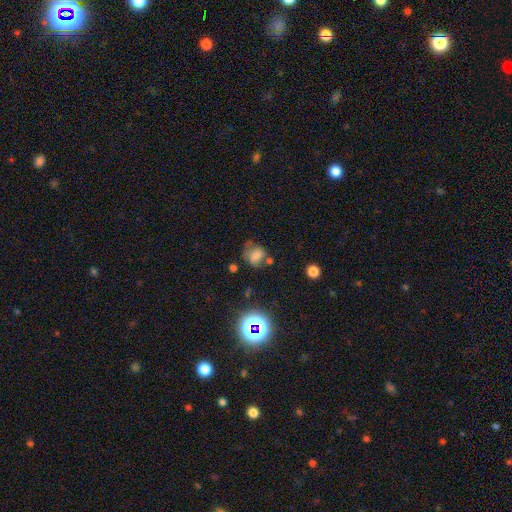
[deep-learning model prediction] The model was most divided on "how rounded": round: 53%, in between: 45%, cigar-shaped: 1%. Remaining: smooth or featured — smooth (55%); merging — none (47%).